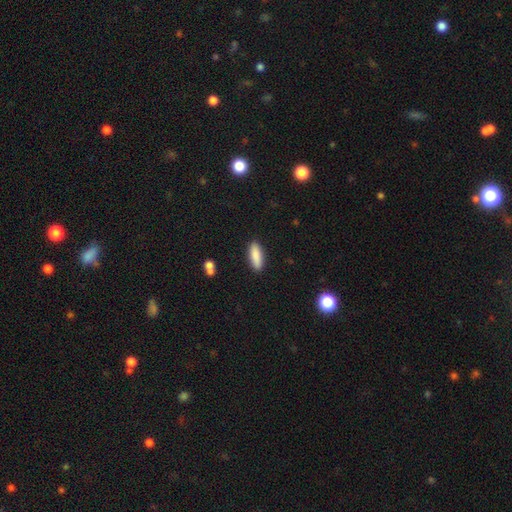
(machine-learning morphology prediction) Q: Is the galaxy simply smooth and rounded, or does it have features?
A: smooth — 87%.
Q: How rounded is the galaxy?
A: in between — 55%.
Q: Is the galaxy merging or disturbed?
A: none — 89%.